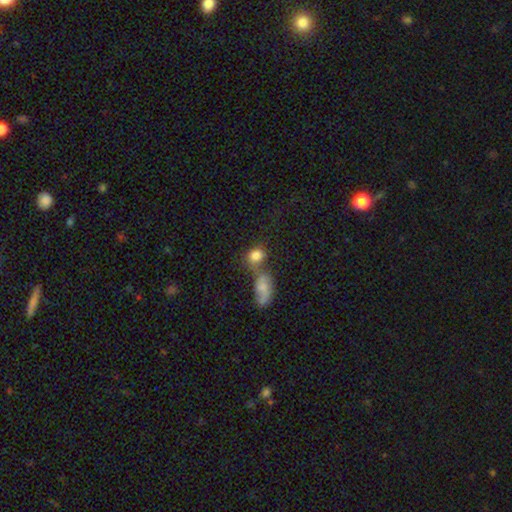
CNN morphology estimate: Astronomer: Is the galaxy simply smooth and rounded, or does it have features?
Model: smooth — 79%.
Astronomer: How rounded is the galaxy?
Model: round — 53% (runner-up: in between, 45%).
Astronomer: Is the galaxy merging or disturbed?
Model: none — 42% (runner-up: merger, 39%).